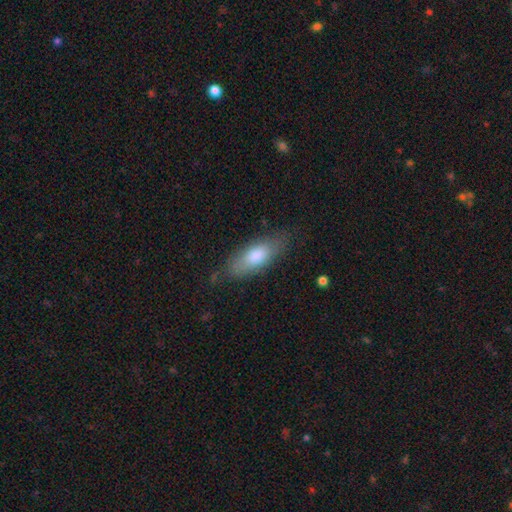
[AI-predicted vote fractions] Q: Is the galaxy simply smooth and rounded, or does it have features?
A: smooth — 75%.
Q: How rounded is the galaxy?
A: in between — 72%.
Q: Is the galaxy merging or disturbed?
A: none — 75%.